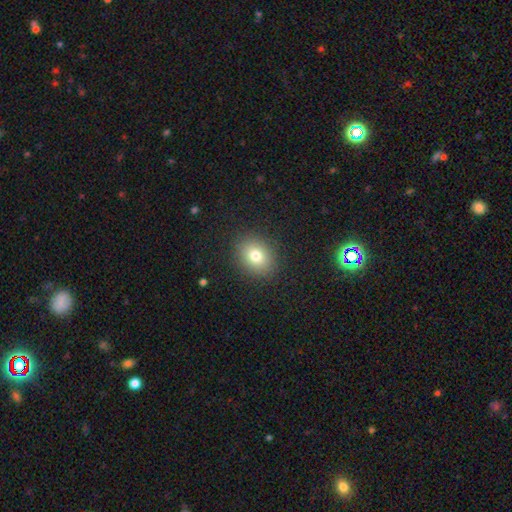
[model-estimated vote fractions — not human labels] A smooth galaxy with no disk features (77%) that is round (55%). Merging: none (89%).